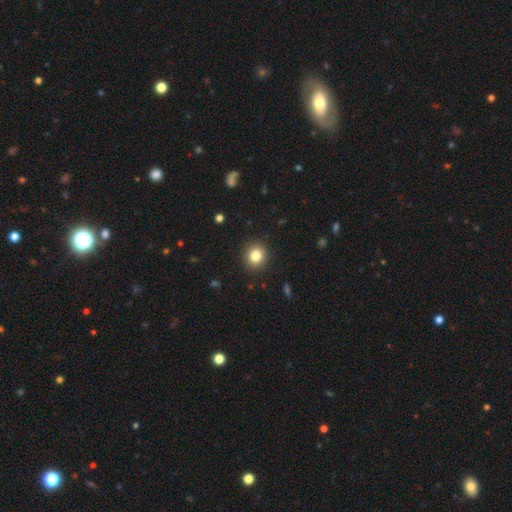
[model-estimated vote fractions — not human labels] This is clearly a smooth galaxy (82%). How rounded: clearly round (85%). Merging: clearly none (91%).